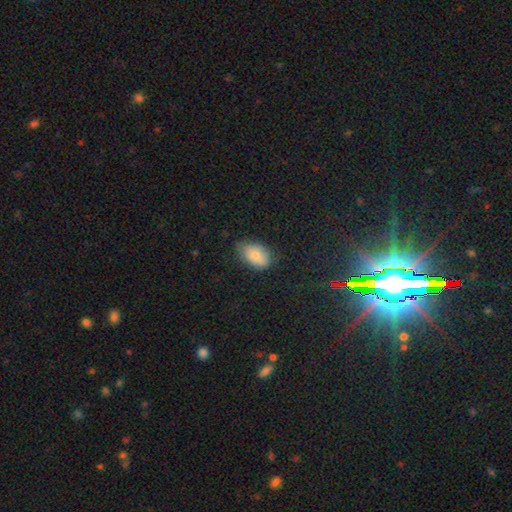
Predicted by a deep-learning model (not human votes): Q: Smooth or featured?
A: smooth (81%); runner-up: featured or disk (11%)
Q: How rounded?
A: in between (89%); runner-up: round (9%)
Q: Merging?
A: none (66%); runner-up: minor disturbance (27%)